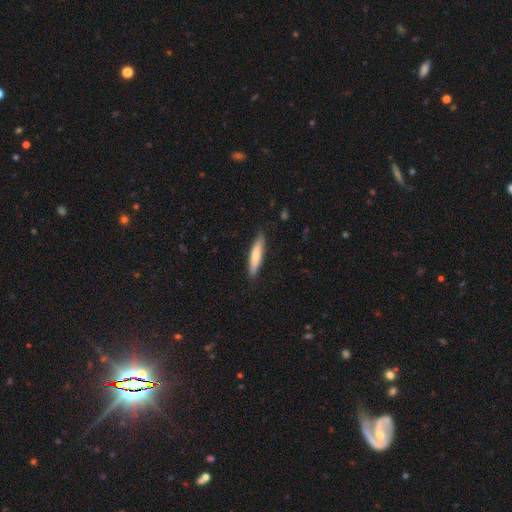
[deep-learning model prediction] Smooth or featured?
  - smooth: 71% *
  - featured or disk: 24%
  - star or artifact: 5%
How rounded?
  - cigar-shaped: 86% *
  - in between: 13%
  - round: 1%
Merging?
  - none: 84% *
  - minor disturbance: 12%
  - major disturbance: 2%
  - merger: 1%